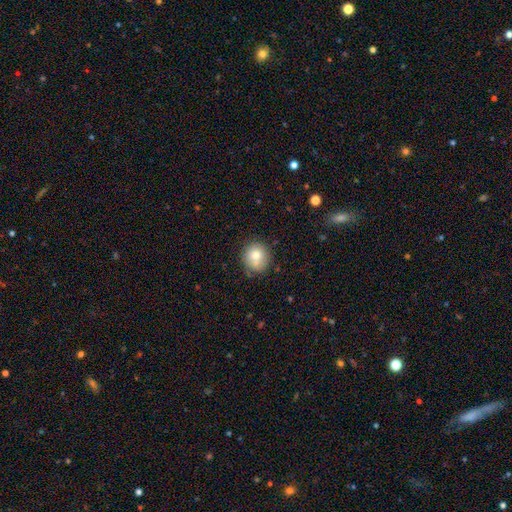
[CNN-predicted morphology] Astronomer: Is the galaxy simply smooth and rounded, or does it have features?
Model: smooth — 75%.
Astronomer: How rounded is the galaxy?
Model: round — 86%.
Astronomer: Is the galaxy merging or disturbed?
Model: none — 69%.